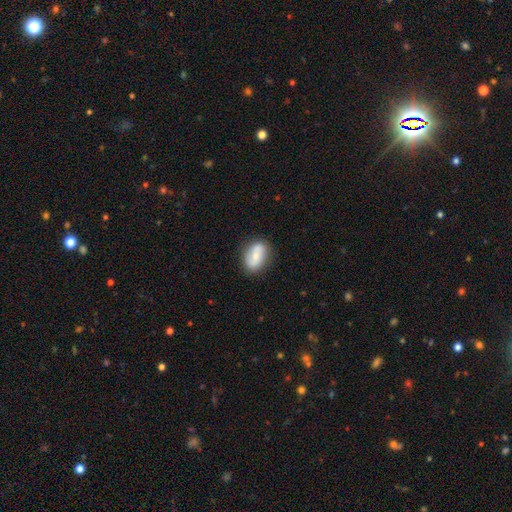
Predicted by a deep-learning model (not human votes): Smooth or featured? smooth (56%)
How rounded? in between (84%)
Merging? none (81%)